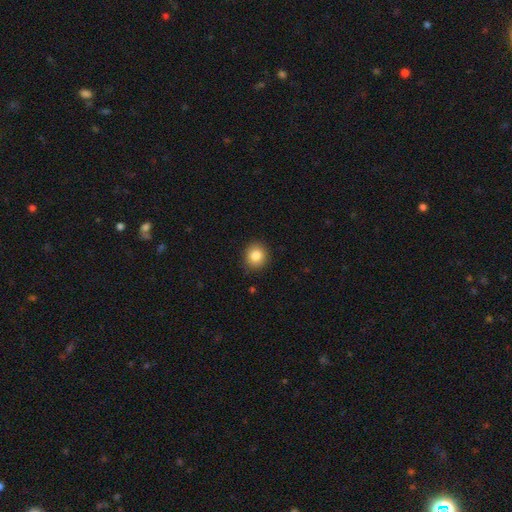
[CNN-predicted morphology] smooth_or_featured: smooth (p=0.84) [alt: star or artifact p=0.10]
how_rounded: round (p=0.81) [alt: in between p=0.18]
merging: none (p=0.88) [alt: minor disturbance p=0.09]